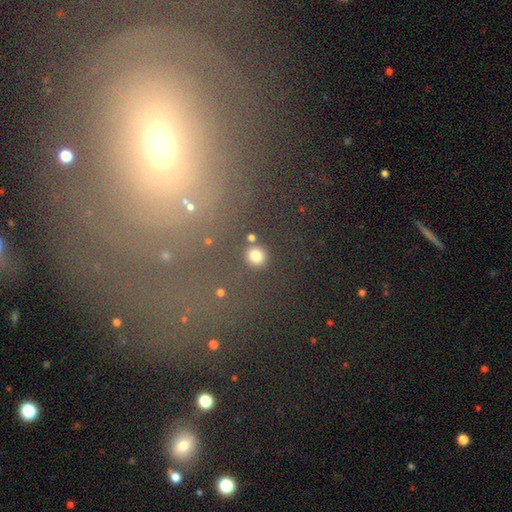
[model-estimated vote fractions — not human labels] Smooth or featured?
  - smooth: 80% *
  - star or artifact: 15%
  - featured or disk: 5%
How rounded?
  - round: 91% *
  - in between: 8%
  - cigar-shaped: 1%
Merging?
  - none: 85% *
  - minor disturbance: 7%
  - merger: 5%
  - major disturbance: 3%